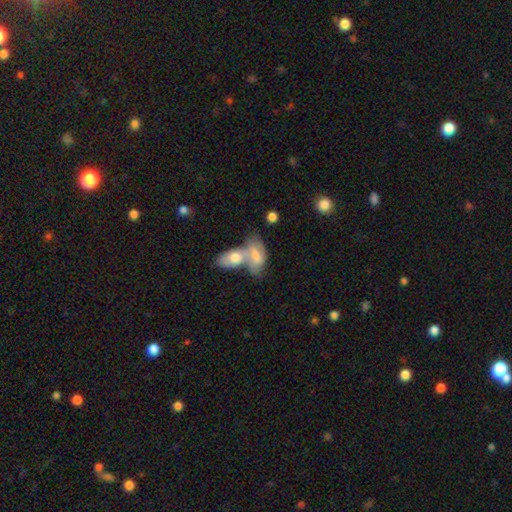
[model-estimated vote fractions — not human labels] smooth 63%, featured or disk 30%, star or artifact 7%. Down the decision tree: how rounded — in between (90%); merging — merger (69%).